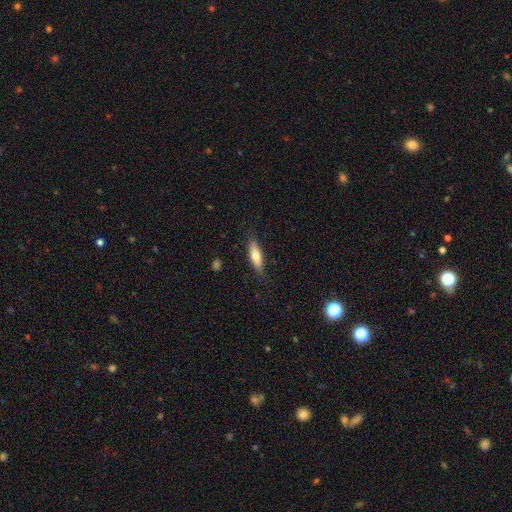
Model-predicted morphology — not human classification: Smooth or featured: smooth — 73% (featured or disk — 21%)
How rounded: cigar-shaped — 54% (in between — 44%)
Merging: none — 84% (minor disturbance — 12%)